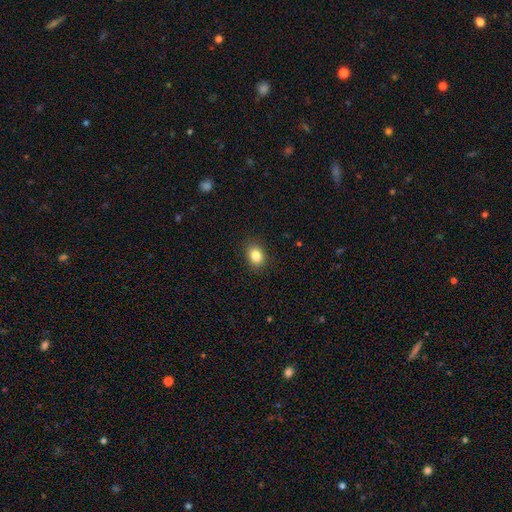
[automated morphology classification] A smooth galaxy with no disk features (84%) that is in between round and cigar-shaped (64%).

Vote fractions:
- Smooth or featured? smooth: 84% / star or artifact: 10% / featured or disk: 6%
- How rounded? in between: 64% / round: 35% / cigar-shaped: 1%
- Merging? none: 89% / minor disturbance: 8% / major disturbance: 2% / merger: 1%